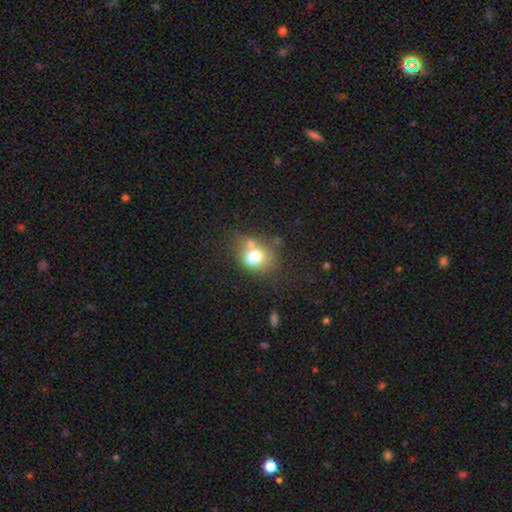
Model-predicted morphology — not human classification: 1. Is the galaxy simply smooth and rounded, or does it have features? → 71% smooth, 17% featured or disk, 12% star or artifact.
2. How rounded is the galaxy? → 55% round, 44% in between, 1% cigar-shaped.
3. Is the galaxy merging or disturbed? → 48% none, 28% merger, 16% minor disturbance, 8% major disturbance.